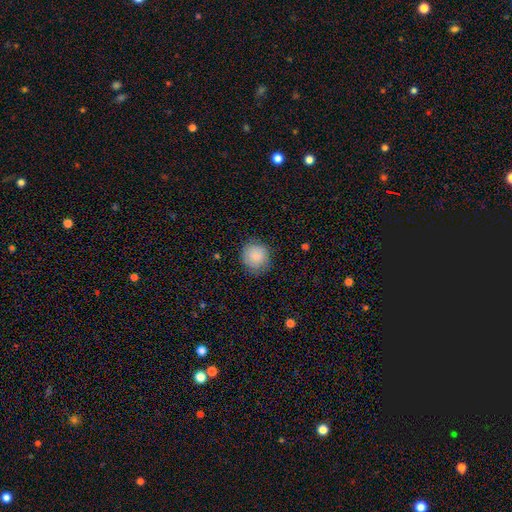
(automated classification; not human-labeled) Smooth or featured?
  - smooth: 87% *
  - star or artifact: 7%
  - featured or disk: 6%
How rounded?
  - round: 88% *
  - in between: 11%
  - cigar-shaped: 1%
Merging?
  - none: 81% *
  - minor disturbance: 14%
  - major disturbance: 4%
  - merger: 1%